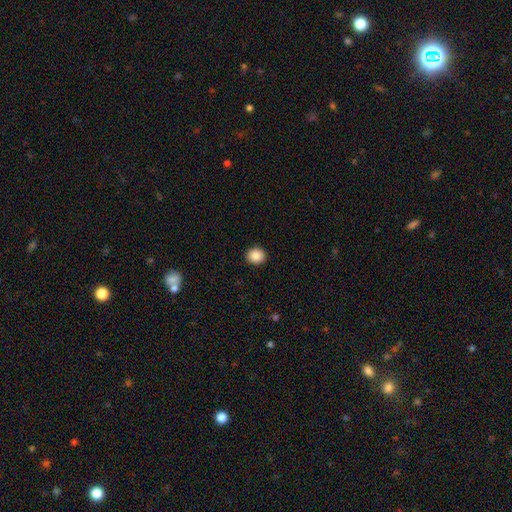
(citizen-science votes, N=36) Q: Smooth or featured?
A: smooth (97%); runner-up: star or artifact (3%)
Q: How rounded?
A: round (83%); runner-up: in between (14%)
Q: Merging?
A: none (100%)